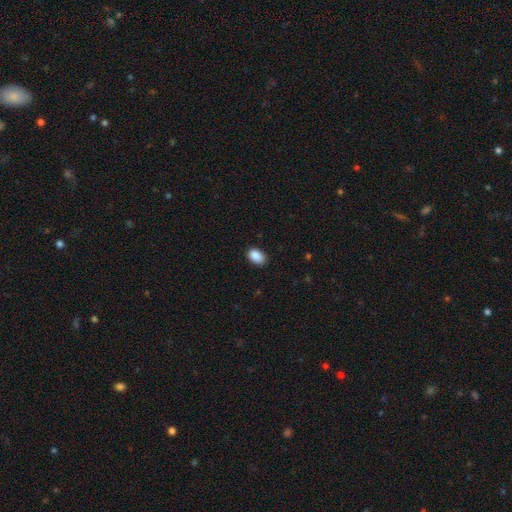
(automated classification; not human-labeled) Smooth or featured? smooth (89%)
How rounded? in between (89%)
Merging? none (86%)